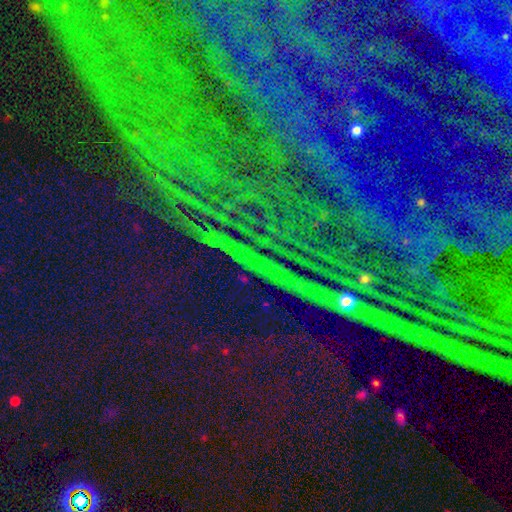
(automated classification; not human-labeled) smooth-or-featured: star or artifact: 89% | featured or disk: 6% | smooth: 6%